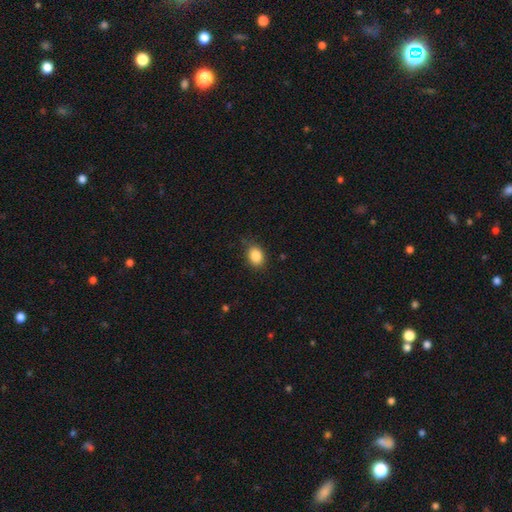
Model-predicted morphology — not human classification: This is clearly a smooth galaxy (87%). How rounded: likely in between (63%). Merging: likely none (77%).